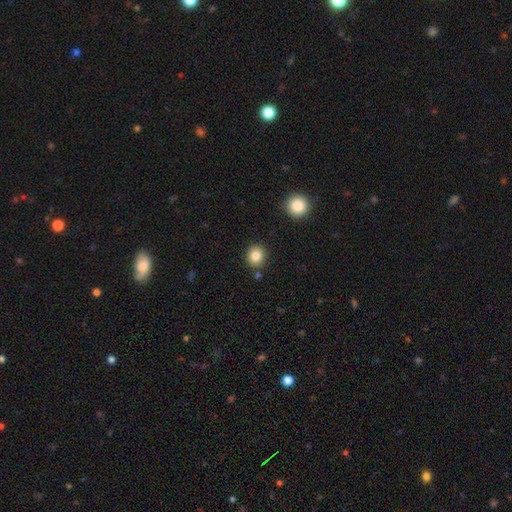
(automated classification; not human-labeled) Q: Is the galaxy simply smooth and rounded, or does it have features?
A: smooth — 83%.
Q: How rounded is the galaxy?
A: round — 80%.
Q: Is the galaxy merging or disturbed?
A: none — 86%.